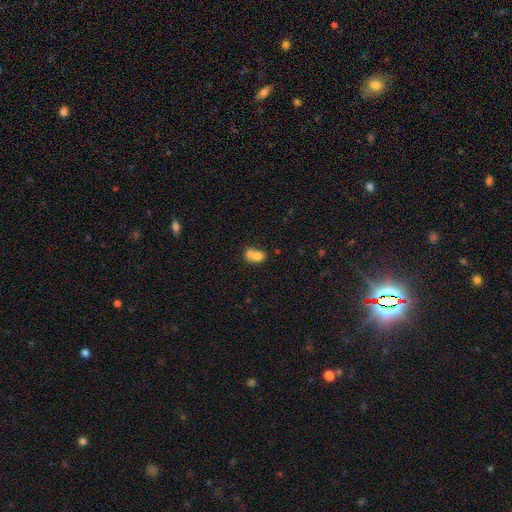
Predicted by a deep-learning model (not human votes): Q: Smooth or featured?
A: smooth (71%); runner-up: featured or disk (19%)
Q: How rounded?
A: in between (58%); runner-up: round (40%)
Q: Merging?
A: merger (65%); runner-up: none (22%)